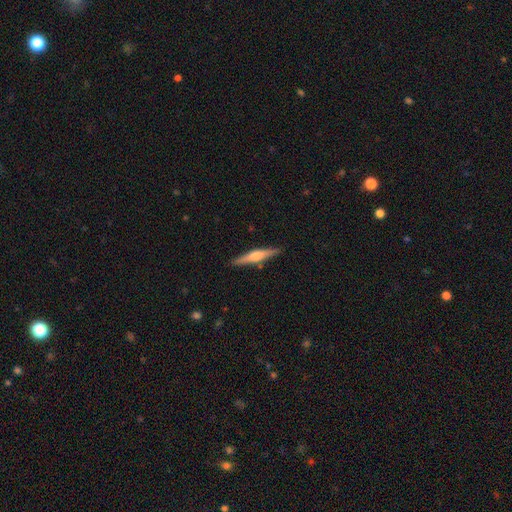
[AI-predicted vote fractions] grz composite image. It shows a featured or disk galaxy (63%) viewed edge-on (98%) with a rounded central bulge (80%). Merging: none (89%).